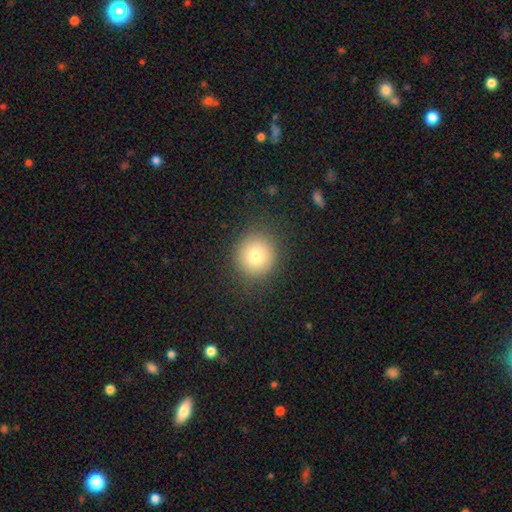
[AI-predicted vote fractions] smooth-or-featured: smooth: 78% | star or artifact: 11% | featured or disk: 11%
  how-rounded: round: 90% | in between: 9% | cigar-shaped: 1%
  merging: none: 88% | minor disturbance: 8% | major disturbance: 3% | merger: 1%